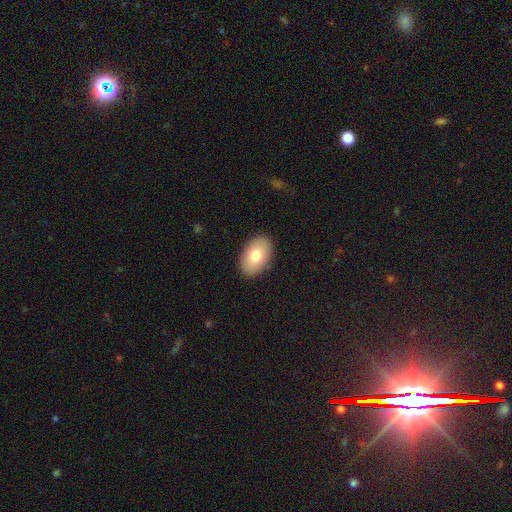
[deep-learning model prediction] Smooth or featured?
  - smooth: 78% *
  - featured or disk: 16%
  - star or artifact: 7%
How rounded?
  - in between: 91% *
  - round: 7%
  - cigar-shaped: 1%
Merging?
  - none: 89% *
  - minor disturbance: 8%
  - major disturbance: 2%
  - merger: 1%